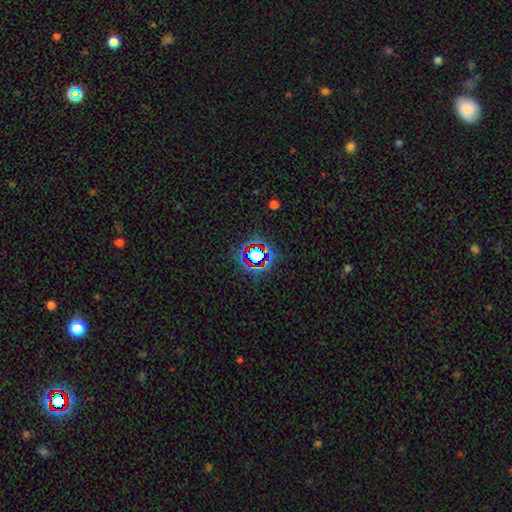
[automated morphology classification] Overall: star or artifact (68%).